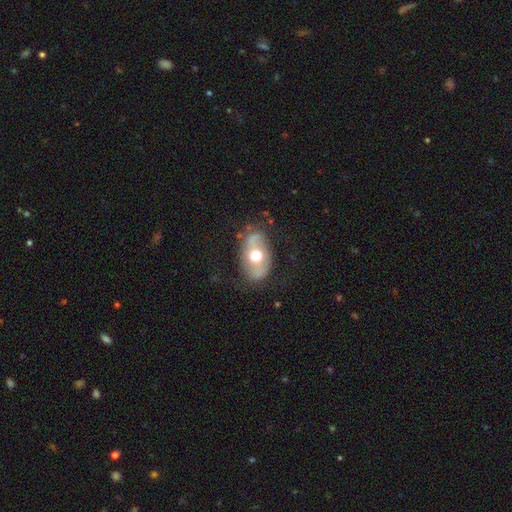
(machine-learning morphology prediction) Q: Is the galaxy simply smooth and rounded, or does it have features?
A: featured or disk — 61%.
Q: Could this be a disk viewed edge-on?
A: no — 91%.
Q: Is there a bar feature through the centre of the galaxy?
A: no — 61%.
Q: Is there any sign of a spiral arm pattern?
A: yes — 50%, tied with no.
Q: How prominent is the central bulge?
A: moderate — 66%.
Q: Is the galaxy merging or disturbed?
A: none — 74%.